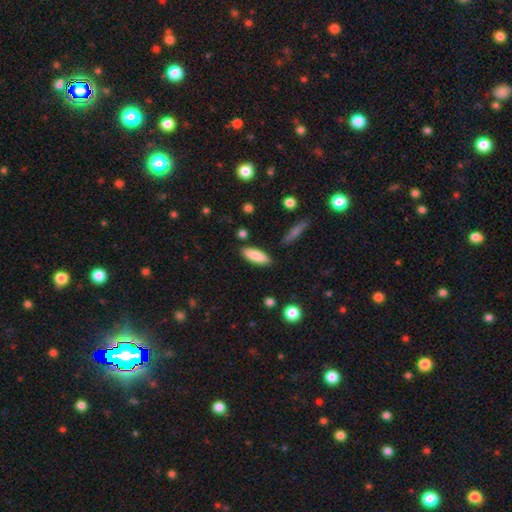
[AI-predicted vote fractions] Smooth or featured?
  - smooth: 88% *
  - featured or disk: 6%
  - star or artifact: 6%
How rounded?
  - in between: 66% *
  - cigar-shaped: 32%
  - round: 2%
Merging?
  - none: 86% *
  - minor disturbance: 10%
  - merger: 2%
  - major disturbance: 2%